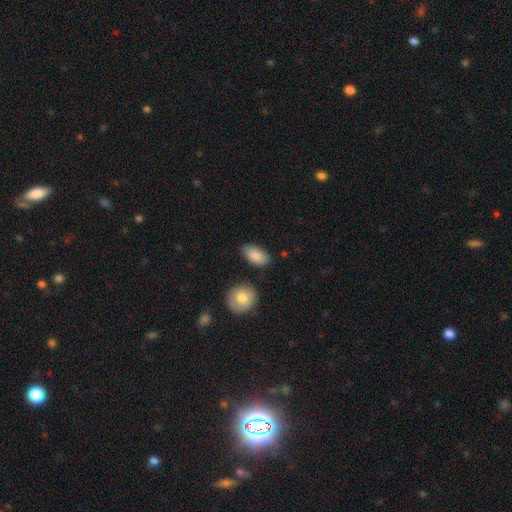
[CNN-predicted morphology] A smooth galaxy with no disk features (86%) that is in between round and cigar-shaped (93%). Merging: none (80%).